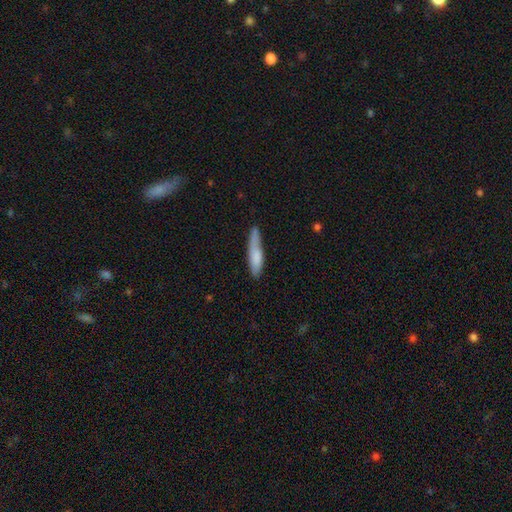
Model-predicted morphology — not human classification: A smooth galaxy with no disk features (75%) that is cigar-shaped (81%). Merging: none (60%).